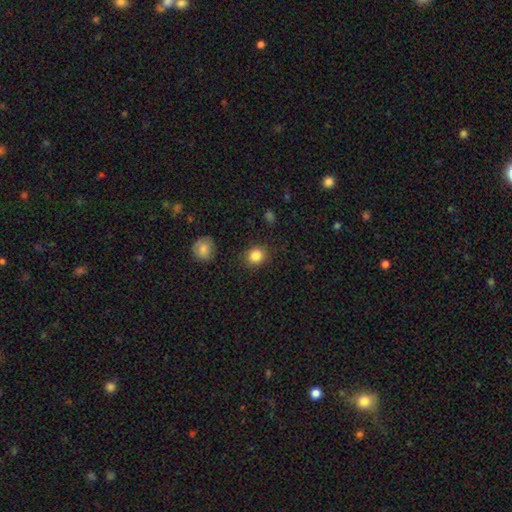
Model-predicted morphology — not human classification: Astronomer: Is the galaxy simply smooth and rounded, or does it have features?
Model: smooth — 85%.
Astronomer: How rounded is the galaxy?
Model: round — 74%.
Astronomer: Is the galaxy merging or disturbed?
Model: none — 87%.